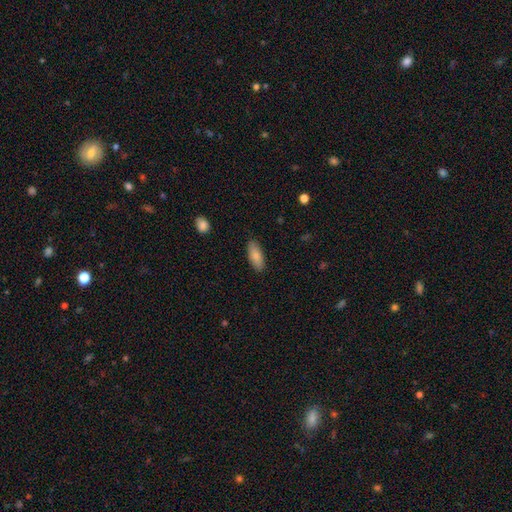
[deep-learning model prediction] Smooth or featured? smooth (84%)
How rounded? in between (81%)
Merging? none (87%)